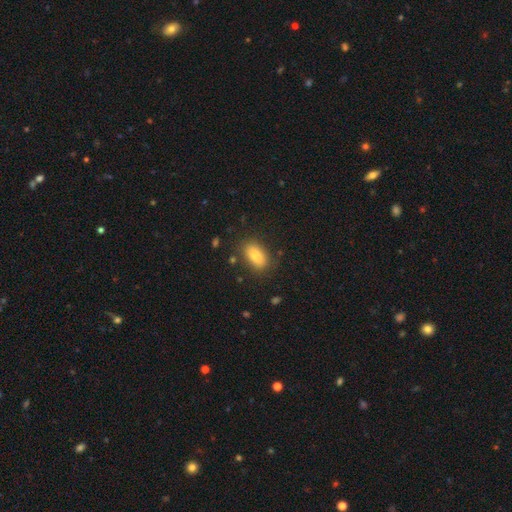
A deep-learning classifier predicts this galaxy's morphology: Q: Smooth or featured?
A: smooth (85%); runner-up: star or artifact (8%)
Q: How rounded?
A: in between (90%); runner-up: round (6%)
Q: Merging?
A: none (79%); runner-up: minor disturbance (14%)